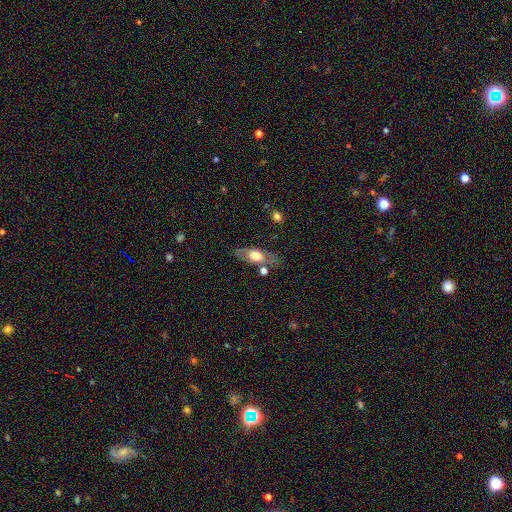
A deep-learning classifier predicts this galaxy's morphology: Smooth or featured: smooth — 55% (featured or disk — 39%)
How rounded: in between — 73% (cigar-shaped — 22%)
Merging: none — 69% (minor disturbance — 17%)